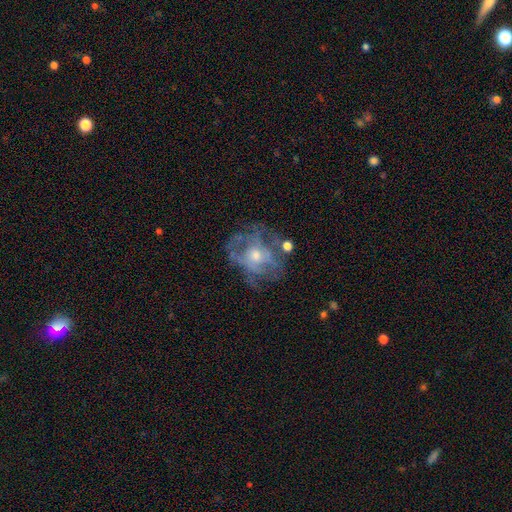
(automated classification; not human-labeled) Overall: featured or disk (69%). Edge-on disk: no (96%). Bar: no (81%). Spiral arms: no (59%; yes 41%). Bulge size: moderate (51%; small 42%). Merging: none (51%; major disturbance 24%).